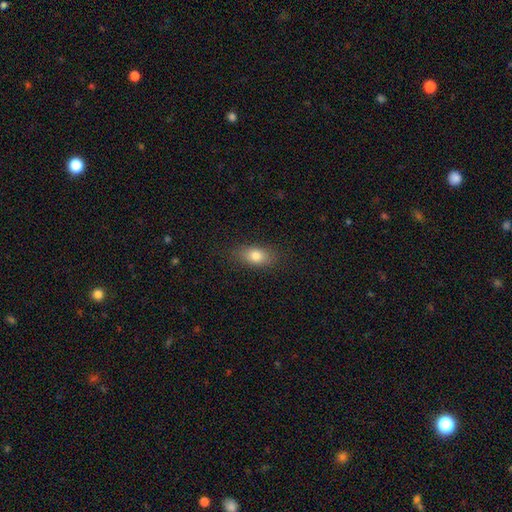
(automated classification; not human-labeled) This is likely a smooth galaxy (80%). How rounded: clearly in between (81%). Merging: clearly none (84%).